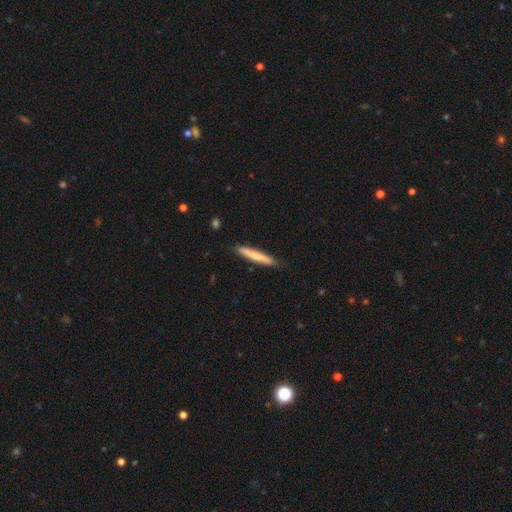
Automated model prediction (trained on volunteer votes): Smooth or featured?
  - smooth: 73% *
  - featured or disk: 22%
  - star or artifact: 5%
How rounded?
  - cigar-shaped: 95% *
  - in between: 4%
  - round: 1%
Merging?
  - none: 88% *
  - minor disturbance: 10%
  - major disturbance: 2%
  - merger: 1%